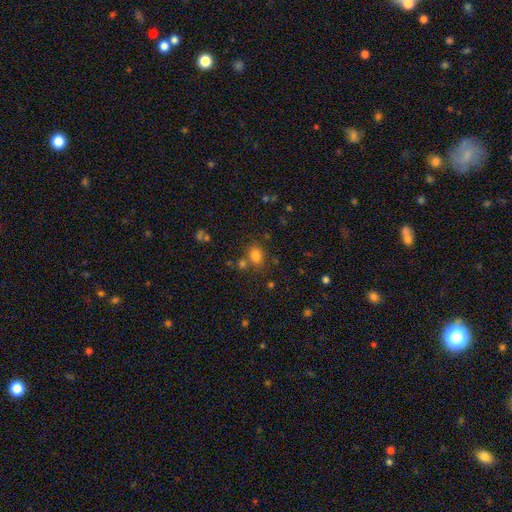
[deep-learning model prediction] Smooth or featured: smooth — 78% (star or artifact — 15%)
How rounded: round — 57% (in between — 42%)
Merging: none — 67% (merger — 16%)